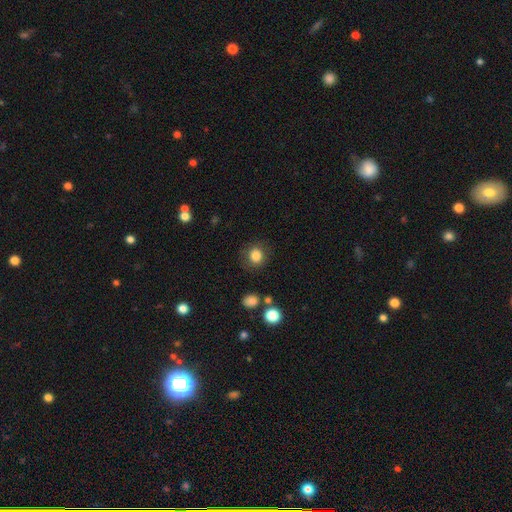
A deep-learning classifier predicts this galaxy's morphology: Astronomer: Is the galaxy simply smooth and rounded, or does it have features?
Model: smooth — 84%.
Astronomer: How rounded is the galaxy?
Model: round — 84%.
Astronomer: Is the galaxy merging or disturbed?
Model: none — 82%.